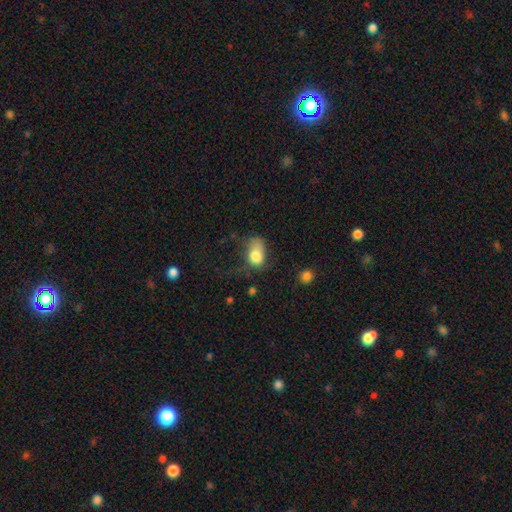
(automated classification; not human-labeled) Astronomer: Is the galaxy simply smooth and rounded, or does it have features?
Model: smooth — 78%.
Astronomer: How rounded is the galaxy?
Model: in between — 77%.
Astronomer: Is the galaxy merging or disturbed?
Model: major disturbance — 37% (runner-up: minor disturbance, 32%).